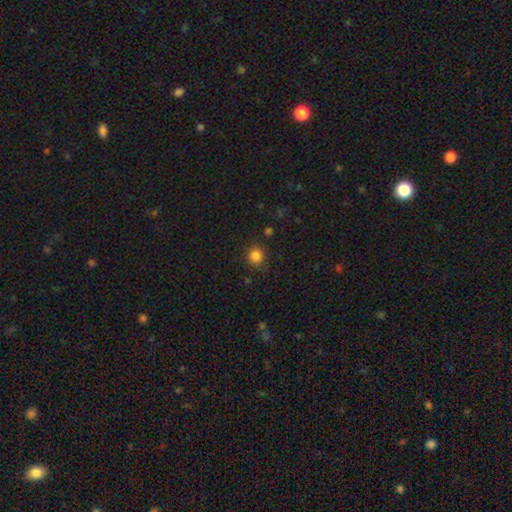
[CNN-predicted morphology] smooth 84%, star or artifact 12%, featured or disk 4%. Down the decision tree: how rounded — round (91%); merging — none (84%).